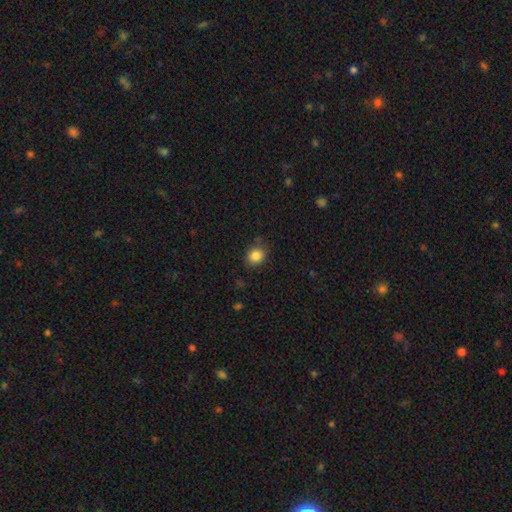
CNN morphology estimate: This is clearly a smooth galaxy (85%). How rounded: likely round (67%). Merging: clearly none (82%).